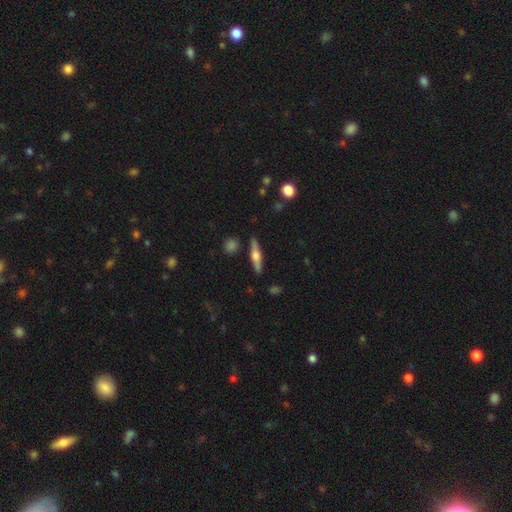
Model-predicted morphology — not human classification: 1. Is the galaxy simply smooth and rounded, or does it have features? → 63% featured or disk, 31% smooth, 6% star or artifact.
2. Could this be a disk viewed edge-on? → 96% yes, 4% no.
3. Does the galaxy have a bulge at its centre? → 90% rounded, 7% boxy, 3% none.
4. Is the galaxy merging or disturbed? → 88% none, 8% minor disturbance, 2% merger, 2% major disturbance.